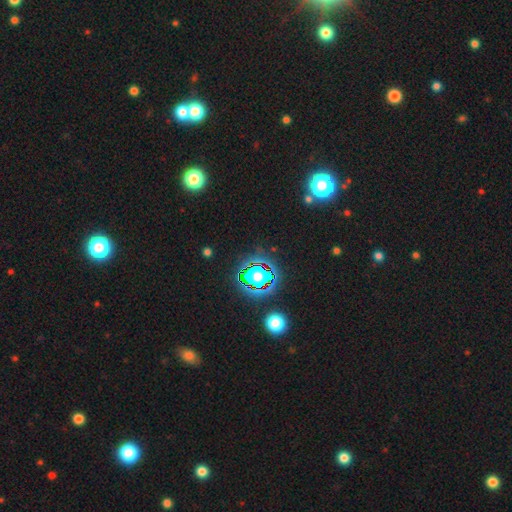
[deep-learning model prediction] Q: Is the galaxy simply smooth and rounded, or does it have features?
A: star or artifact — 80%.